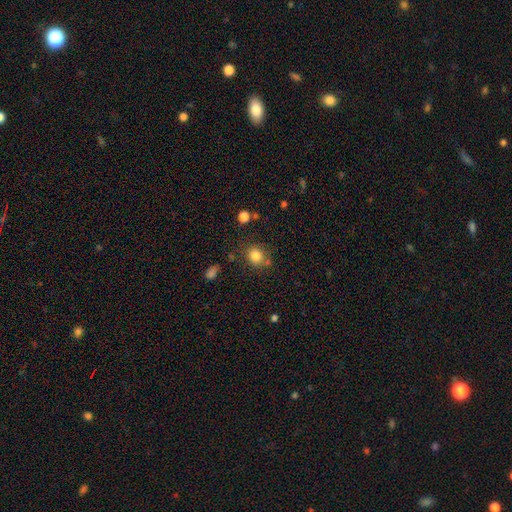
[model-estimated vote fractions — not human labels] smooth-or-featured: smooth: 82% | star or artifact: 11% | featured or disk: 6%
  how-rounded: round: 75% | in between: 24% | cigar-shaped: 1%
  merging: none: 72% | minor disturbance: 14% | merger: 9% | major disturbance: 5%